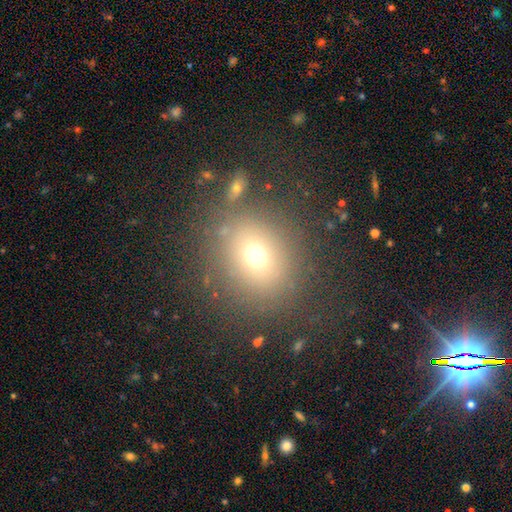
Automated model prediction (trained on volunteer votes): Smooth or featured?
  - smooth: 67% *
  - star or artifact: 20%
  - featured or disk: 13%
How rounded?
  - round: 71% *
  - in between: 28%
  - cigar-shaped: 1%
Merging?
  - none: 78% *
  - minor disturbance: 11%
  - major disturbance: 7%
  - merger: 5%